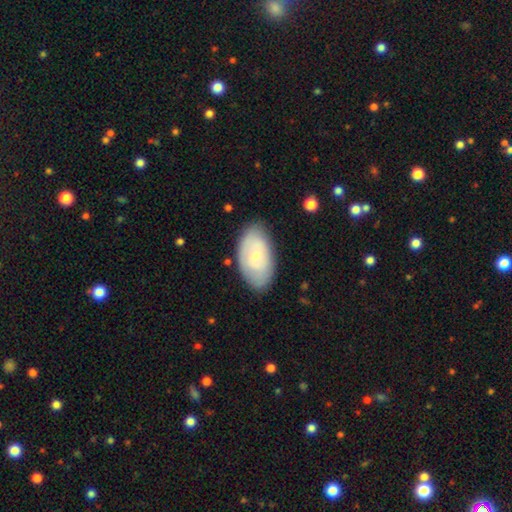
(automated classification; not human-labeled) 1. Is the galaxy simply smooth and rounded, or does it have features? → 51% smooth, 43% featured or disk, 6% star or artifact.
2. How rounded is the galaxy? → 93% in between, 5% round, 2% cigar-shaped.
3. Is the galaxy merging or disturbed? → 78% none, 17% minor disturbance, 4% major disturbance, 1% merger.